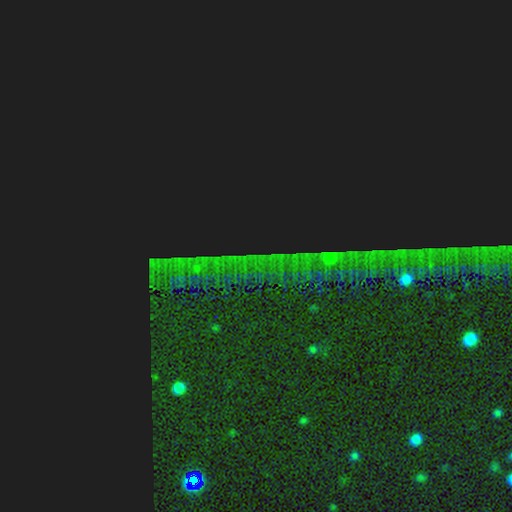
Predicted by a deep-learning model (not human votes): Overall: star or artifact (88%).